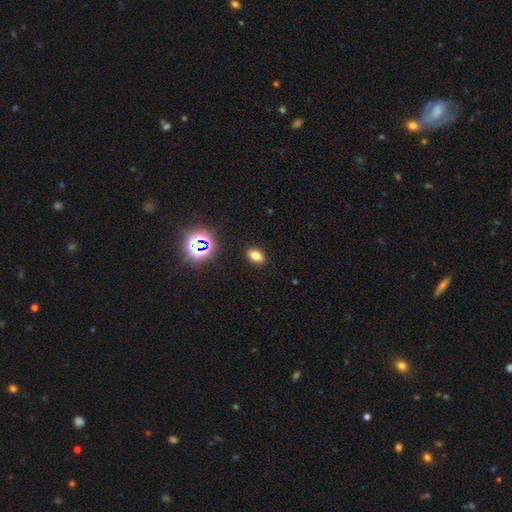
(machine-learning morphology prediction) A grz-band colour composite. It shows a smooth galaxy with no disk features (74%) that is in between round and cigar-shaped (80%). Merging: none (88%).